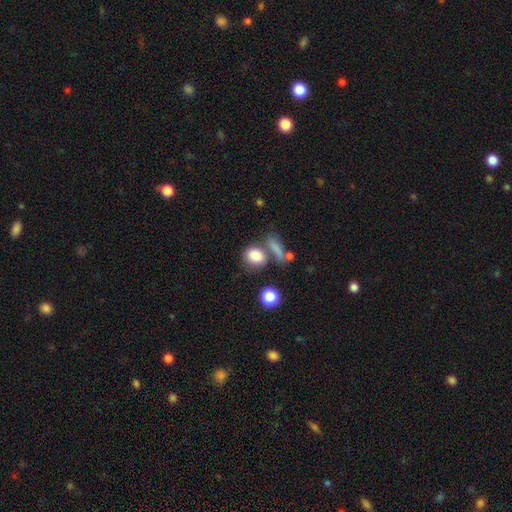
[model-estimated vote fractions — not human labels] Smooth or featured: smooth — 83% (star or artifact — 10%)
How rounded: round — 54% (in between — 42%)
Merging: none — 57% (merger — 25%)